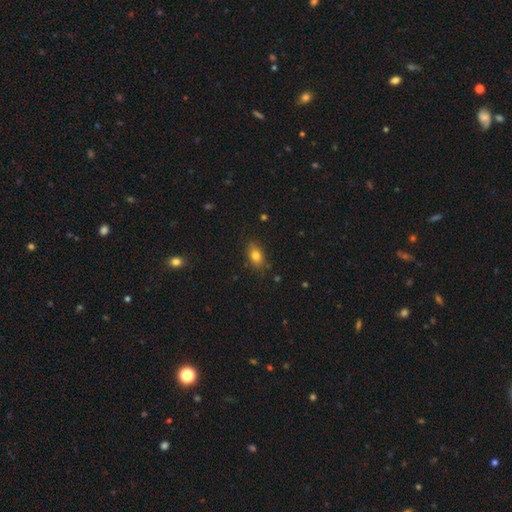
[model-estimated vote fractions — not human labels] The model was most divided on "how rounded": in between: 80%, round: 16%, cigar-shaped: 4%. More confident: merging — none (81%); smooth or featured — smooth (80%).